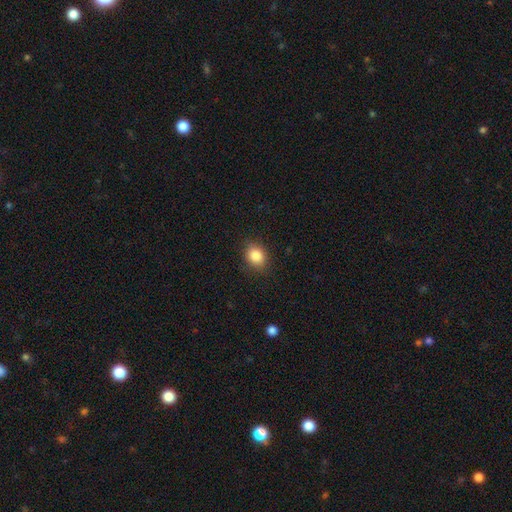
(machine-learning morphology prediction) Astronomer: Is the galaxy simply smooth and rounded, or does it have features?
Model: smooth — 86%.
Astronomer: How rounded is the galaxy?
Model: in between — 51% (runner-up: round, 48%).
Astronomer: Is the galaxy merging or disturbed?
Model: none — 86%.